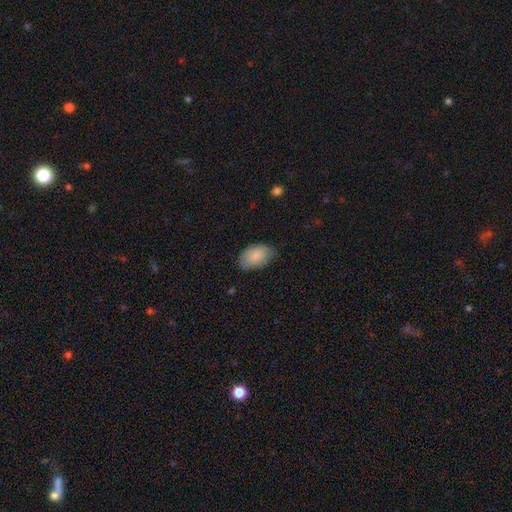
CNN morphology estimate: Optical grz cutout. It shows a smooth galaxy with no disk features (80%) that is in between round and cigar-shaped (92%). Merging: none (69%).